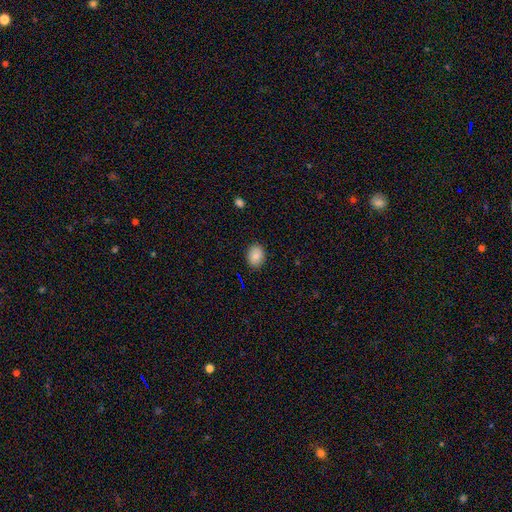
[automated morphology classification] smooth 87%, star or artifact 8%, featured or disk 5%. Down the decision tree: how rounded — in between (64%); merging — none (88%).